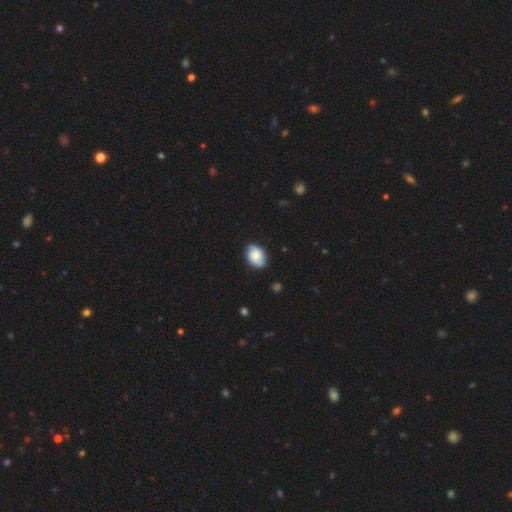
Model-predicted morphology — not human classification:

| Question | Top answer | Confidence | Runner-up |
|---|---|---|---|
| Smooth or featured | smooth | 67% | featured or disk (25%) |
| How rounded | in between | 81% | round (18%) |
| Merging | none | 80% | minor disturbance (16%) |